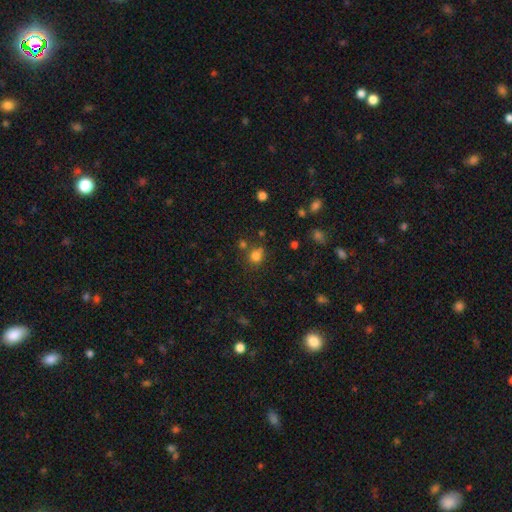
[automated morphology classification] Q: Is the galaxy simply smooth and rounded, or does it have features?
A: smooth — 78%.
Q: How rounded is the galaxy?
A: round — 71%.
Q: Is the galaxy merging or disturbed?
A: none — 63%.